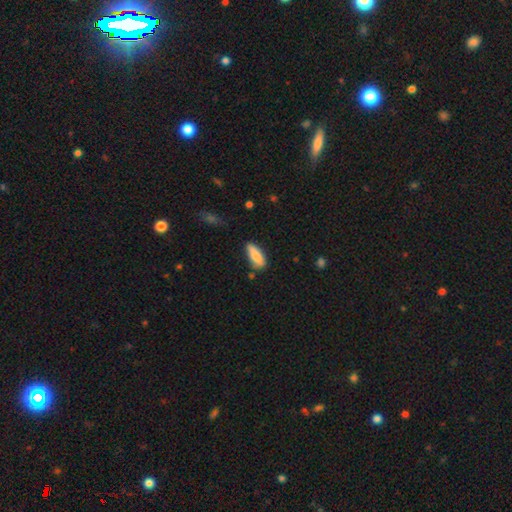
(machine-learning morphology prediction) Q: Smooth or featured?
A: smooth (82%); runner-up: featured or disk (12%)
Q: How rounded?
A: in between (67%); runner-up: cigar-shaped (31%)
Q: Merging?
A: none (77%); runner-up: minor disturbance (17%)